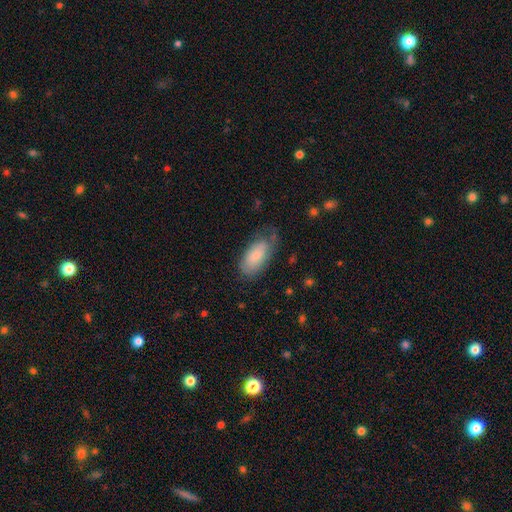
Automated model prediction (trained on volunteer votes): A smooth galaxy with no disk features (77%) that is in between round and cigar-shaped (92%).

Vote fractions:
- Smooth or featured? smooth: 77% / featured or disk: 17% / star or artifact: 6%
- How rounded? in between: 92% / cigar-shaped: 6% / round: 2%
- Merging? none: 52% / minor disturbance: 31% / major disturbance: 15% / merger: 2%